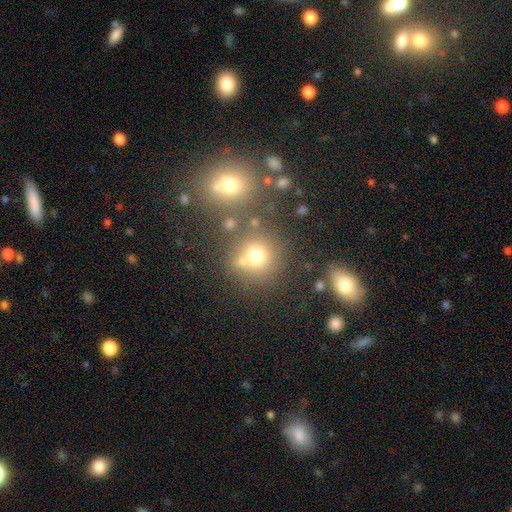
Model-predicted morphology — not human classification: smooth_or_featured: smooth (p=0.70) [alt: star or artifact p=0.19]
how_rounded: round (p=0.87) [alt: in between p=0.12]
merging: none (p=0.62) [alt: merger p=0.22]